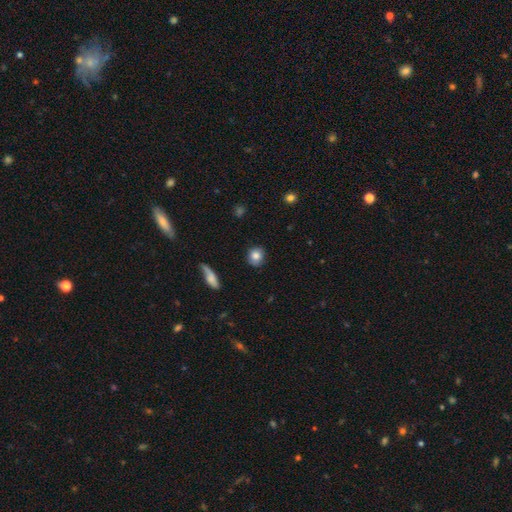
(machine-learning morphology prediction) smooth 81%, featured or disk 10%, star or artifact 9%. Down the decision tree: how rounded — round (79%); merging — none (82%).